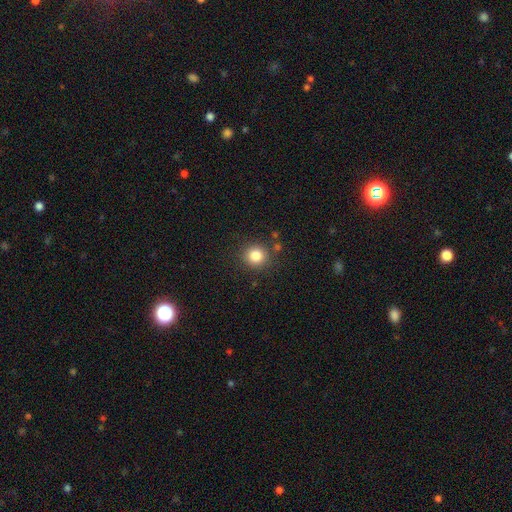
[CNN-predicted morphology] smooth_or_featured: smooth (p=0.83) [alt: star or artifact p=0.12]
how_rounded: round (p=0.91) [alt: in between p=0.08]
merging: none (p=0.85) [alt: minor disturbance p=0.08]